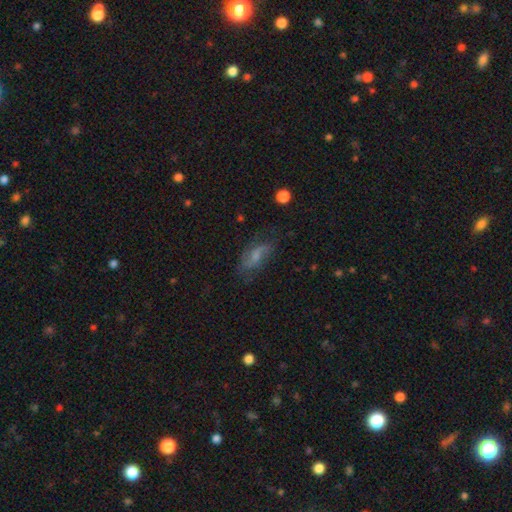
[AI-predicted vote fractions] smooth-or-featured: smooth: 45% (tied) | featured or disk: 45% (tied) | star or artifact: 10%
  merging: none: 61% | minor disturbance: 24% | major disturbance: 13% | merger: 2%